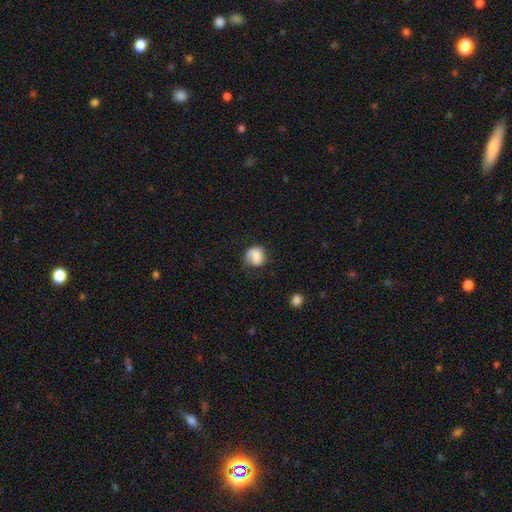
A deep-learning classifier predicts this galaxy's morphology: Q: Smooth or featured?
A: smooth (60%); runner-up: featured or disk (32%)
Q: How rounded?
A: round (63%); runner-up: in between (36%)
Q: Merging?
A: none (46%); runner-up: minor disturbance (27%)